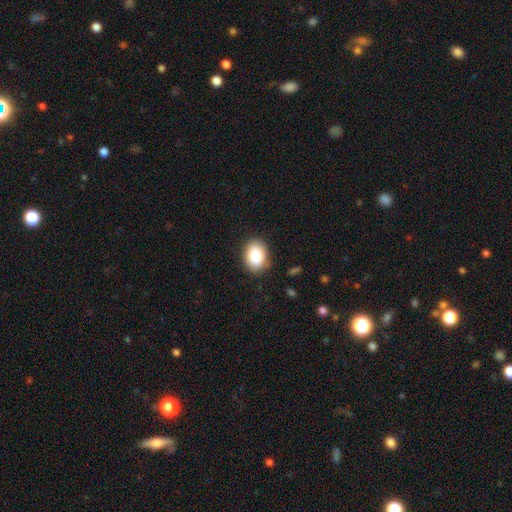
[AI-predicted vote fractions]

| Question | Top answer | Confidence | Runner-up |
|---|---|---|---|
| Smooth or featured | smooth | 82% | featured or disk (10%) |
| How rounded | in between | 60% | round (39%) |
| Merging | none | 85% | minor disturbance (11%) |